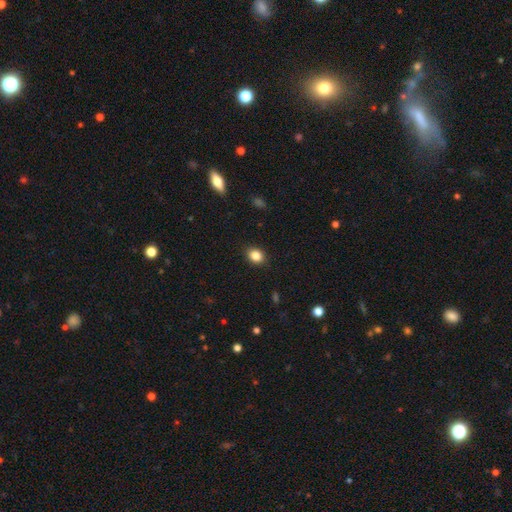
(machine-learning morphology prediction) A smooth galaxy with no disk features (85%) that is round (51%). Merging: none (89%).